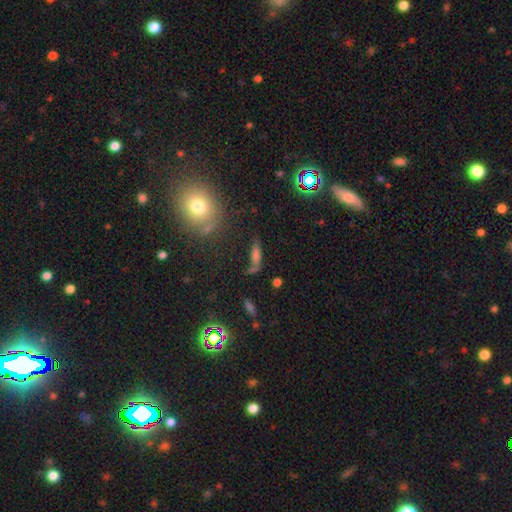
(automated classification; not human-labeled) Morphology: type=smooth (53%); roundness=cigar-shaped (53%); merging=none (61%).